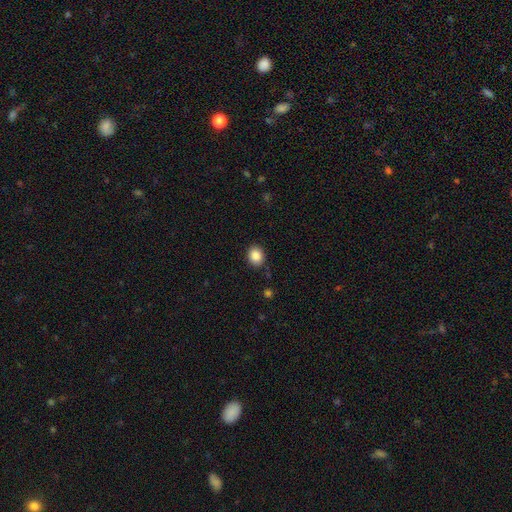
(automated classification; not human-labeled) A smooth galaxy with no disk features (87%) that is round (60%).

Vote fractions:
- Smooth or featured? smooth: 87% / star or artifact: 9% / featured or disk: 4%
- How rounded? round: 60% / in between: 39% / cigar-shaped: 1%
- Merging? none: 86% / minor disturbance: 10% / major disturbance: 2% / merger: 2%